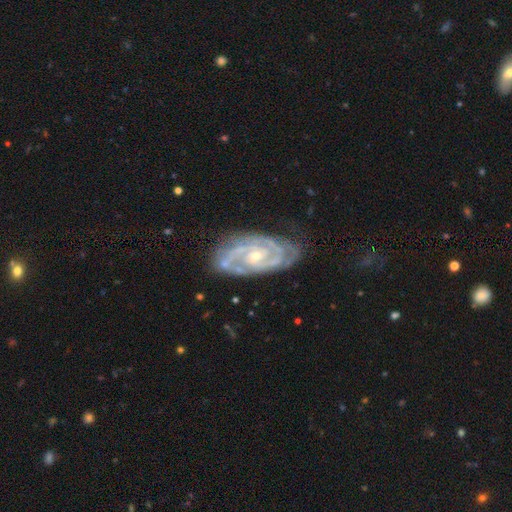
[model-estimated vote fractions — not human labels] smooth_or_featured: featured or disk (p=0.91) [alt: star or artifact p=0.05]
disk_edge_on: no (p=0.96) [alt: yes p=0.04]
bar: no (p=0.58) [alt: weak p=0.32]
has_spiral_arms: yes (p=0.98) [alt: no p=0.02]
spiral_winding: tight (p=0.66) [alt: medium p=0.30]
spiral_arm_count: 2 (p=0.55) [alt: 3 p=0.22]
bulge_size: small (p=0.65) [alt: moderate p=0.31]
merging: none (p=0.72) [alt: minor disturbance p=0.20]